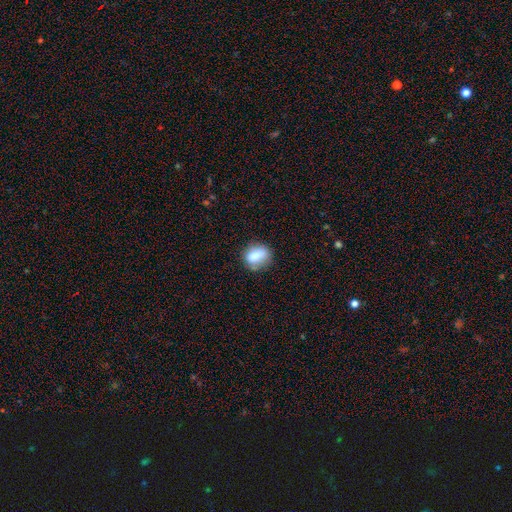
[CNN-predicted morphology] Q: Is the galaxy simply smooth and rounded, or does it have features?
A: smooth — 80%.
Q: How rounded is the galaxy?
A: in between — 52%.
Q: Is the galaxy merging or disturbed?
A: none — 69%.